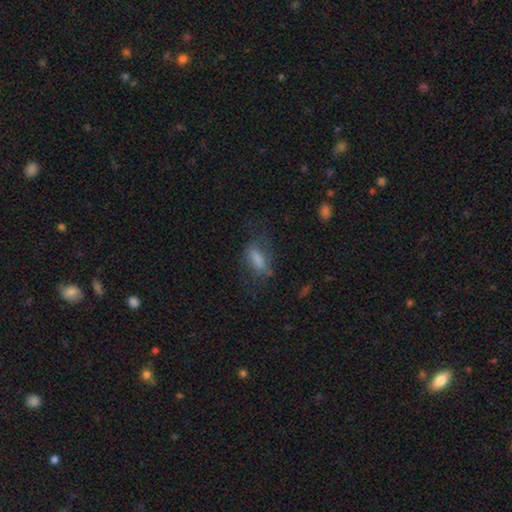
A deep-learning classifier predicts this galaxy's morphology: Smooth or featured? Predicted: smooth (p=0.64). How rounded? Predicted: in between (p=0.67). Merging? Predicted: none (p=0.57).